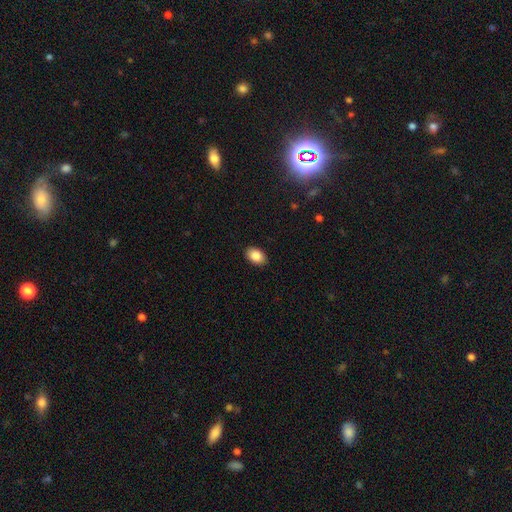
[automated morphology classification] smooth 87%, star or artifact 7%, featured or disk 6%. Down the decision tree: how rounded — in between (86%); merging — none (90%).